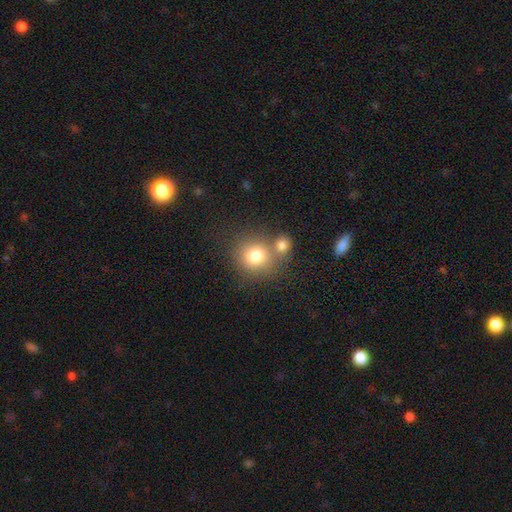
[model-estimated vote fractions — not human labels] This is likely a smooth galaxy (78%). How rounded: clearly round (86%). Merging: possibly none (55%).